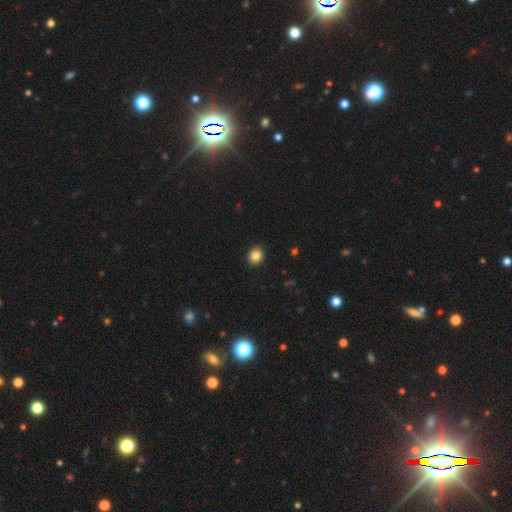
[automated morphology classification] Smooth or featured?
  - smooth: 86% *
  - star or artifact: 10%
  - featured or disk: 4%
How rounded?
  - round: 79% *
  - in between: 20%
  - cigar-shaped: 1%
Merging?
  - none: 92% *
  - minor disturbance: 5%
  - major disturbance: 2%
  - merger: 1%